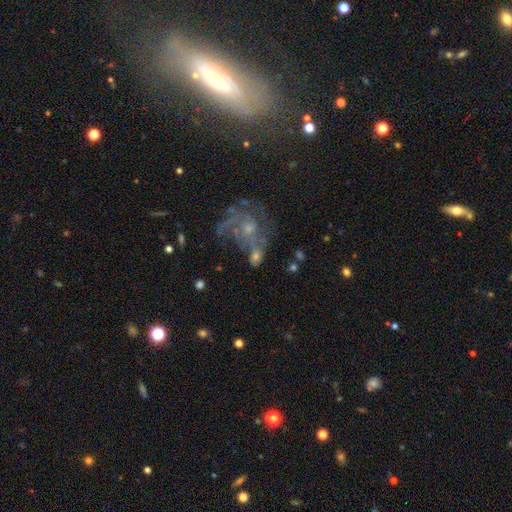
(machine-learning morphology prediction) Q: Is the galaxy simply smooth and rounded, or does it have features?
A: featured or disk — 58%.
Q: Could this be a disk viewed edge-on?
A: no — 96%.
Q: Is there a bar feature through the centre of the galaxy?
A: no — 78%.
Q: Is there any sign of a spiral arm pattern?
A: yes — 62%.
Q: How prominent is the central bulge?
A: small — 47%.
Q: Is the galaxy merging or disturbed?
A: none — 35%.